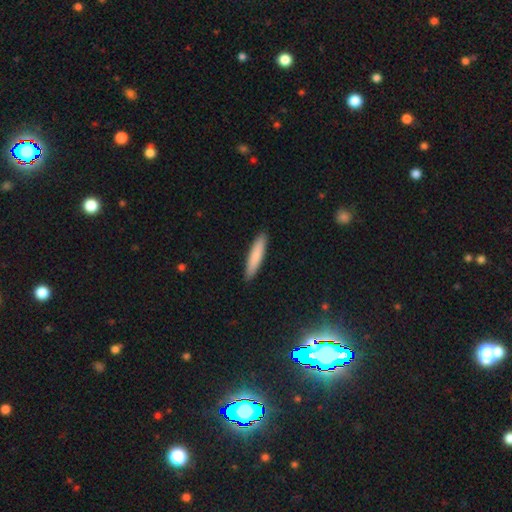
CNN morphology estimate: smooth 83%, featured or disk 12%, star or artifact 6%. Down the decision tree: how rounded — cigar-shaped (86%); merging — none (91%).